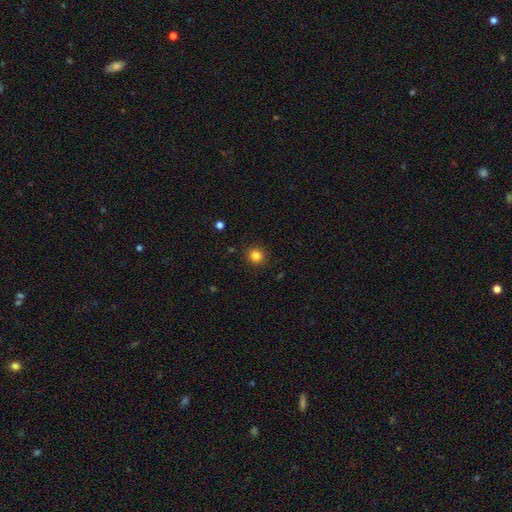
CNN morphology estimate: Overall: smooth (83%). How rounded: round (87%). Merging: none (90%).